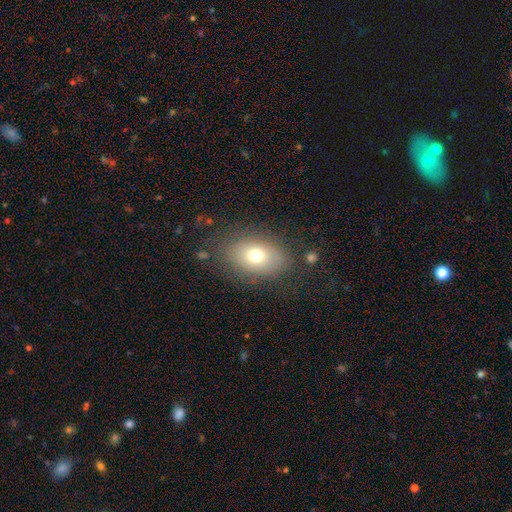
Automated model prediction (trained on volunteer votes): Smooth or featured?
  - smooth: 71% *
  - featured or disk: 17%
  - star or artifact: 13%
How rounded?
  - in between: 73% *
  - round: 26%
  - cigar-shaped: 1%
Merging?
  - none: 80% *
  - minor disturbance: 13%
  - major disturbance: 6%
  - merger: 2%